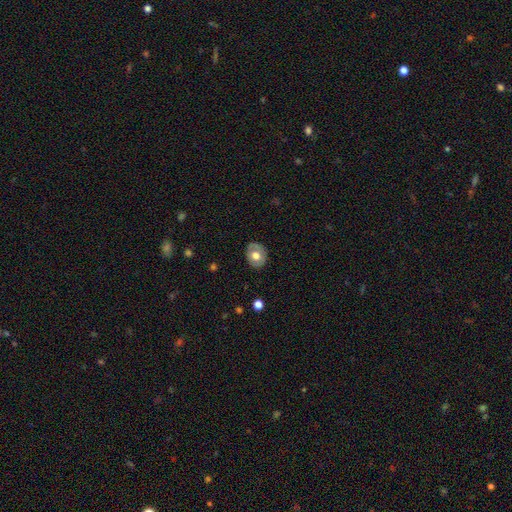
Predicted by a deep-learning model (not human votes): smooth_or_featured: smooth (p=0.60) [alt: featured or disk p=0.33]
how_rounded: round (p=0.53) [alt: in between p=0.46]
merging: none (p=0.81) [alt: minor disturbance p=0.14]